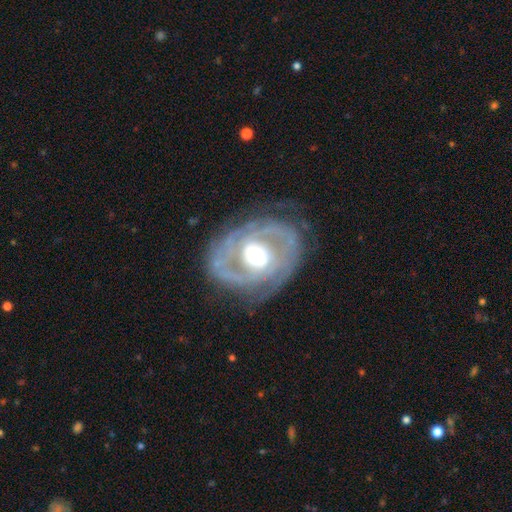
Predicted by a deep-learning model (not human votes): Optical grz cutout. It shows a featured or disk galaxy (87%) with no bar (66%), 2 (58%) tight (54%) spiral arms (92%) and a moderate central bulge (69%). Merging: none (73%).